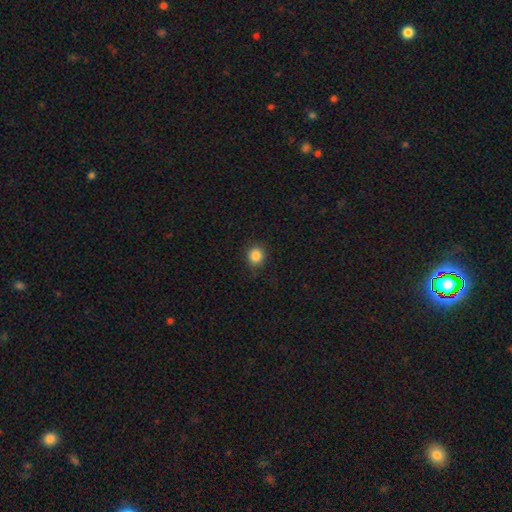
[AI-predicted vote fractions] A smooth galaxy with no disk features (86%) that is round (86%).

Vote fractions:
- Smooth or featured? smooth: 86% / star or artifact: 11% / featured or disk: 4%
- How rounded? round: 86% / in between: 13% / cigar-shaped: 1%
- Merging? none: 88% / minor disturbance: 9% / major disturbance: 2% / merger: 1%